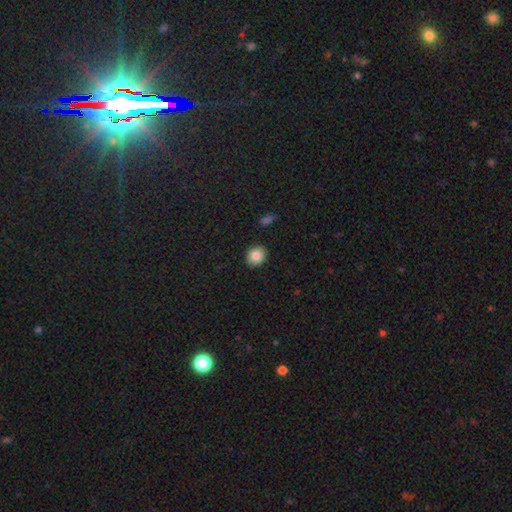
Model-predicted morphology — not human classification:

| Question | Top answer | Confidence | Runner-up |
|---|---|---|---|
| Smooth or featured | smooth | 85% | star or artifact (9%) |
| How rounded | round | 76% | in between (23%) |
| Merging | none | 90% | minor disturbance (7%) |